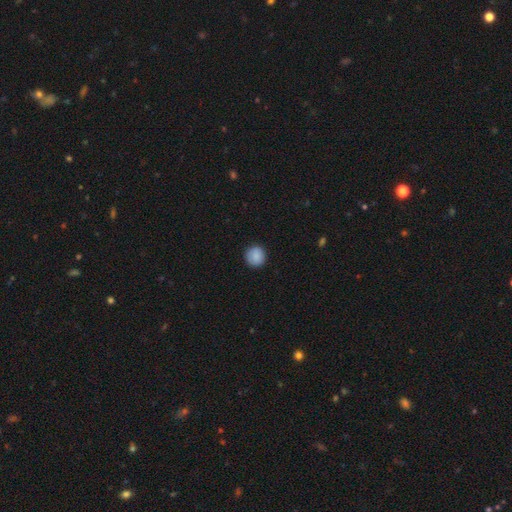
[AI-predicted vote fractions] A smooth galaxy with no disk features (88%) that is round (93%).

Vote fractions:
- Smooth or featured? smooth: 88% / star or artifact: 8% / featured or disk: 4%
- How rounded? round: 93% / in between: 6% / cigar-shaped: 1%
- Merging? none: 90% / minor disturbance: 7% / major disturbance: 2% / merger: 1%